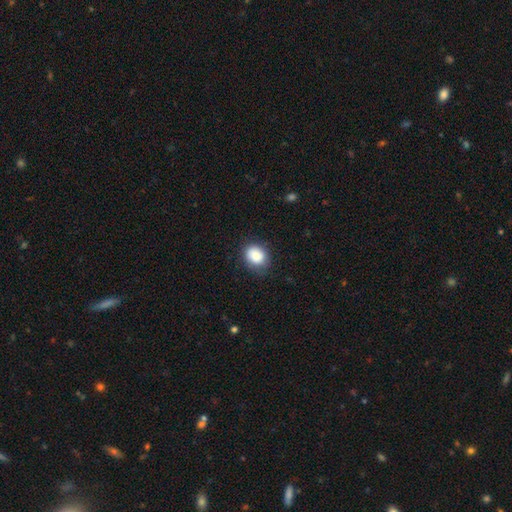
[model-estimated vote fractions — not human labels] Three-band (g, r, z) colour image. It shows a smooth galaxy with no disk features (87%) that is in between round and cigar-shaped (57%). Merging: none (74%).